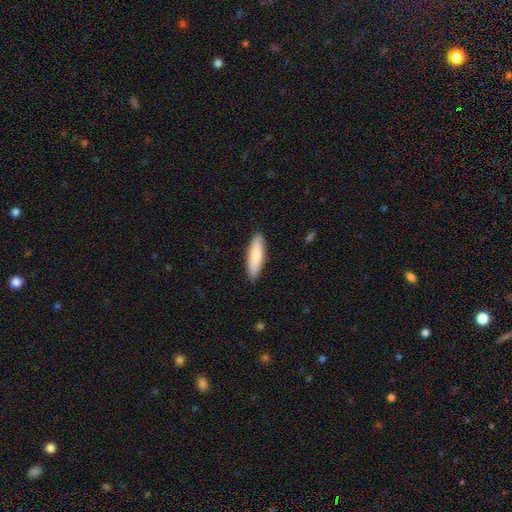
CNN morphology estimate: Overall: smooth (83%). How rounded: cigar-shaped (62%; in between 37%). Merging: none (89%).